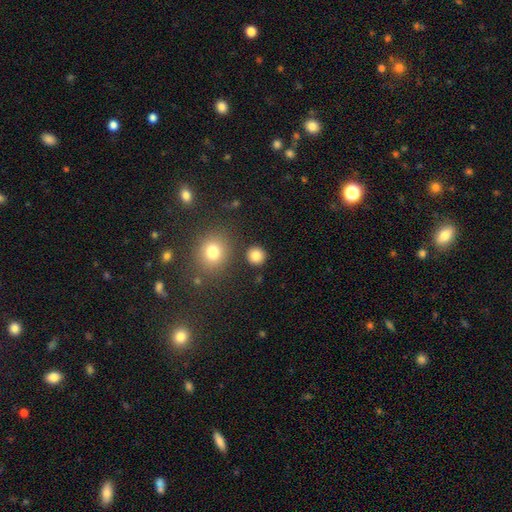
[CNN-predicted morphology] smooth-or-featured: smooth: 83% | star or artifact: 12% | featured or disk: 5%
  how-rounded: round: 93% | in between: 7% | cigar-shaped: 1%
  merging: none: 88% | minor disturbance: 6% | merger: 4% | major disturbance: 3%